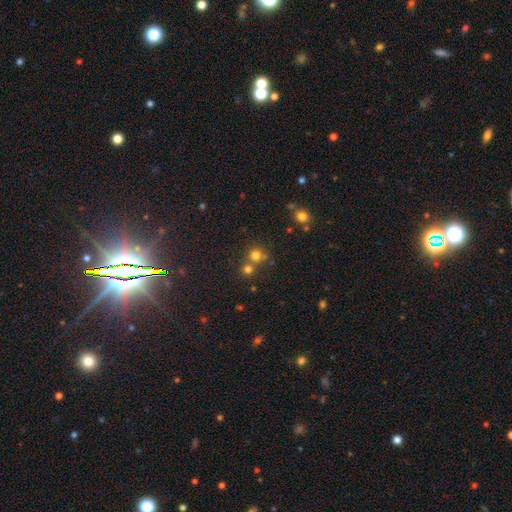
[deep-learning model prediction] This appears to be a smooth galaxy with no disk features (72%) that is round (91%). Merging: none (58%).